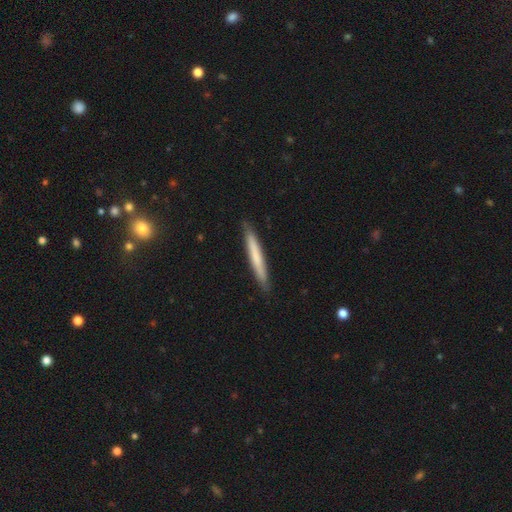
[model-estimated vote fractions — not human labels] smooth-or-featured: smooth: 63% | featured or disk: 31% | star or artifact: 6%
  how-rounded: cigar-shaped: 96% | in between: 3% | round: 1%
  merging: none: 90% | minor disturbance: 8% | major disturbance: 1% | merger: 1%